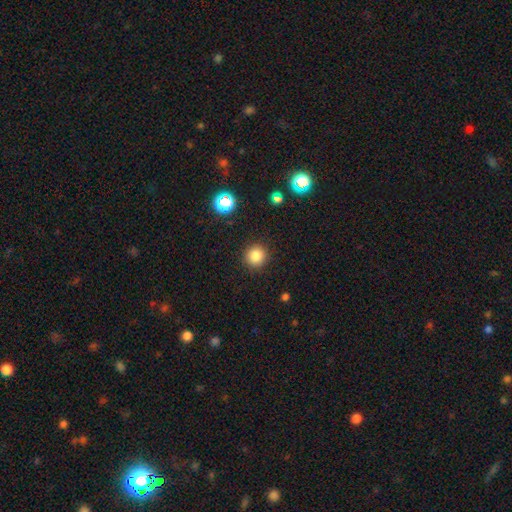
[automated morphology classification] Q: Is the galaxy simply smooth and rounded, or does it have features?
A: smooth — 84%.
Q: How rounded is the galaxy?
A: round — 93%.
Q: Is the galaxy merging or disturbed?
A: none — 91%.